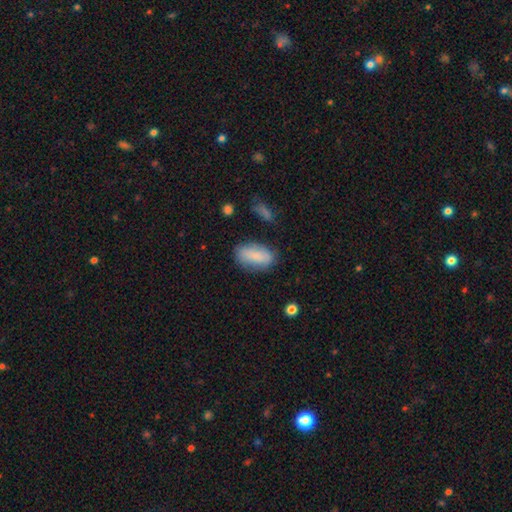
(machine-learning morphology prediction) Smooth or featured: smooth — 84% (featured or disk — 9%)
How rounded: in between — 88% (cigar-shaped — 9%)
Merging: none — 73% (minor disturbance — 18%)